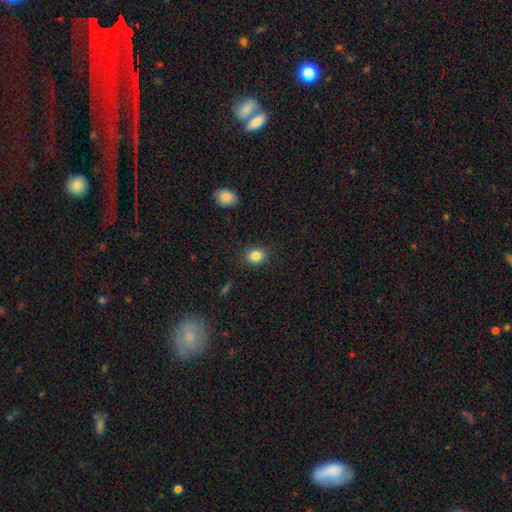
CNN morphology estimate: The model was most divided on "how rounded": round: 57%, in between: 42%, cigar-shaped: 1%. More confident: merging — none (88%); smooth or featured — smooth (85%).